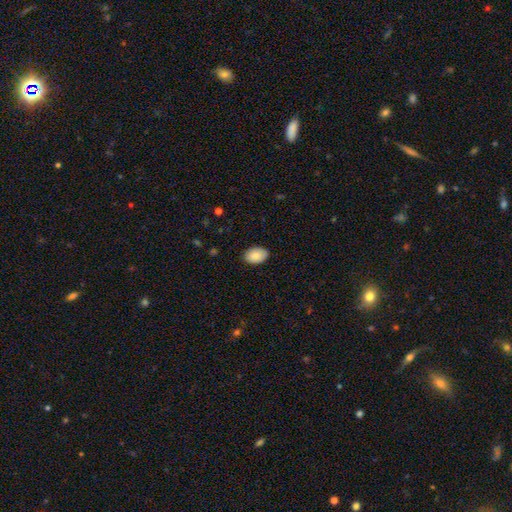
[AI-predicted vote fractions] Q: Smooth or featured?
A: smooth (88%); runner-up: star or artifact (6%)
Q: How rounded?
A: in between (87%); runner-up: round (12%)
Q: Merging?
A: none (86%); runner-up: minor disturbance (11%)